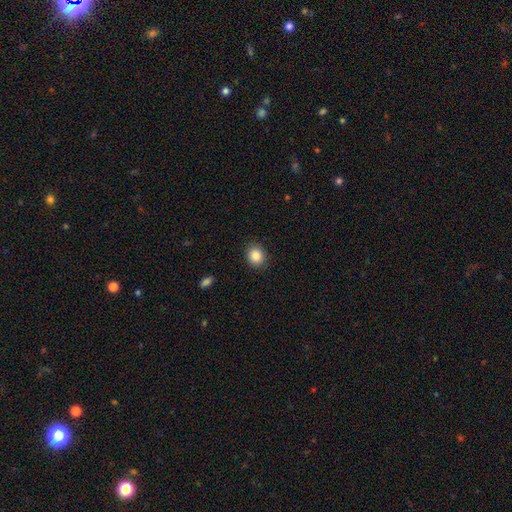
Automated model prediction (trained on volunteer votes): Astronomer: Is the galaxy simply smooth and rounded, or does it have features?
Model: smooth — 86%.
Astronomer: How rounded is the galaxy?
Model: round — 68%.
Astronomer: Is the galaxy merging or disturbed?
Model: none — 89%.